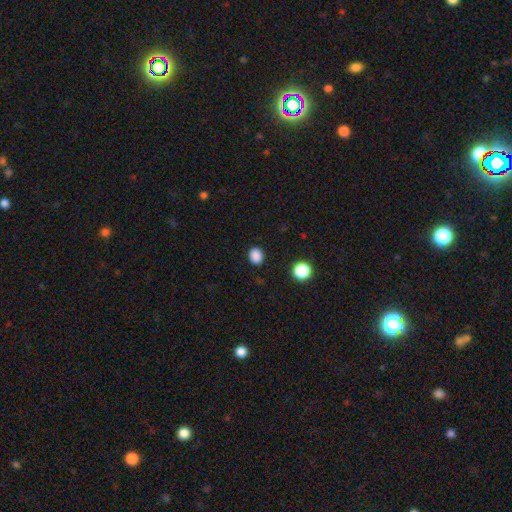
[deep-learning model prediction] smooth_or_featured: smooth (p=0.86) [alt: star or artifact p=0.11]
how_rounded: round (p=0.61) [alt: in between p=0.38]
merging: none (p=0.89) [alt: minor disturbance p=0.07]